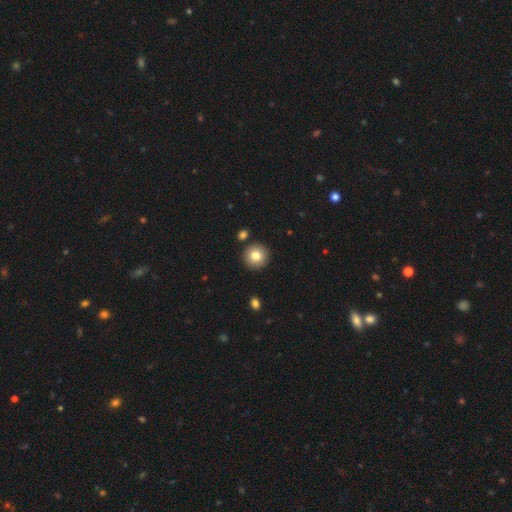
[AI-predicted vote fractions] Q: Smooth or featured?
A: smooth (81%); runner-up: star or artifact (10%)
Q: How rounded?
A: round (95%); runner-up: in between (4%)
Q: Merging?
A: none (88%); runner-up: minor disturbance (6%)